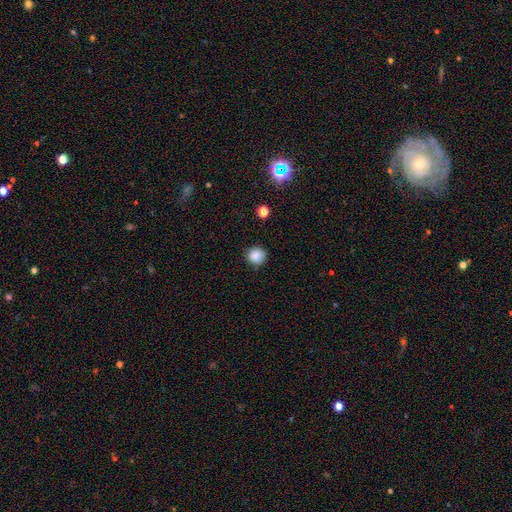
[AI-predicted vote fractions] Smooth or featured? smooth (86%)
How rounded? round (89%)
Merging? none (85%)